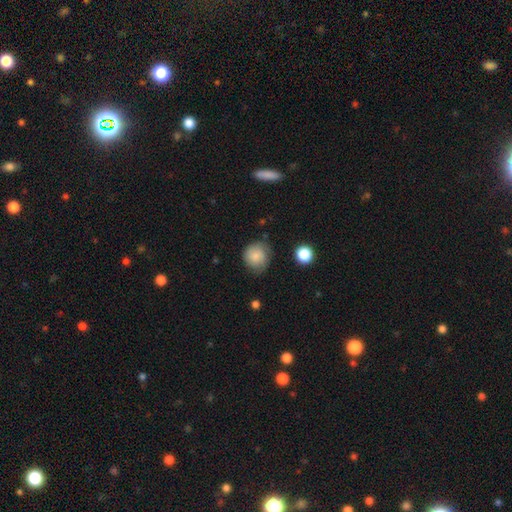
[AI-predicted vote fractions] The model was most divided on "merging": none: 66%, minor disturbance: 26%, major disturbance: 6%, merger: 2%. More confident: how rounded — round (85%); smooth or featured — smooth (81%).